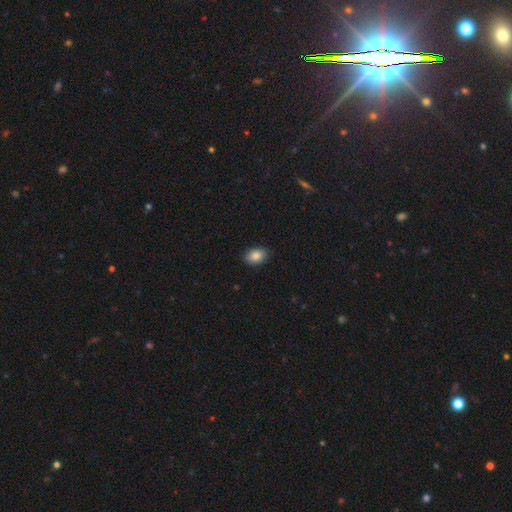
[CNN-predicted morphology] Smooth or featured: smooth — 86% (star or artifact — 8%)
How rounded: in between — 86% (round — 13%)
Merging: none — 89% (minor disturbance — 9%)